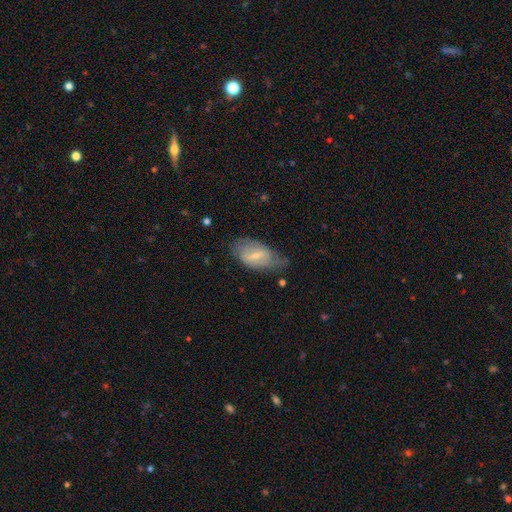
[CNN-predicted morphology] A featured or disk galaxy (49%).

Vote fractions:
- Smooth or featured? featured or disk: 49% / smooth: 44% / star or artifact: 7%
- Merging? none: 47% / minor disturbance: 36% / major disturbance: 15% / merger: 2%